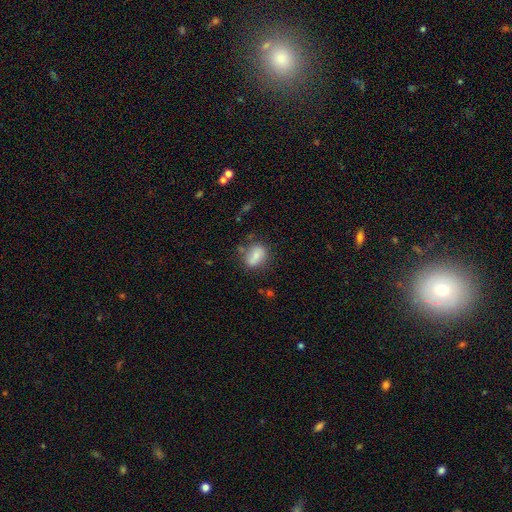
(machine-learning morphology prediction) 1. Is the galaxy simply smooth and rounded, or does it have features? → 71% smooth, 20% featured or disk, 9% star or artifact.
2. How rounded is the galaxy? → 66% in between, 30% round, 4% cigar-shaped.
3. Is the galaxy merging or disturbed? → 62% none, 20% minor disturbance, 11% merger, 7% major disturbance.